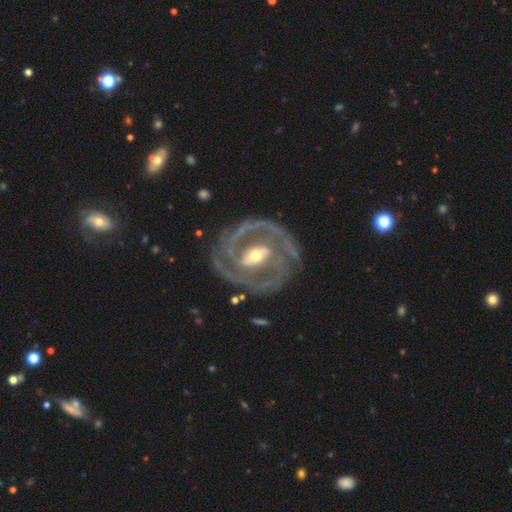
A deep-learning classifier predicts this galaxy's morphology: featured or disk 91%, smooth 5%, star or artifact 4%. Down the decision tree: edge-on disk — no (97%); bar — strong (59%); spiral arms — yes (96%); spiral arm count — 2 (68%); spiral winding — tight (53%); bulge size — moderate (52%); merging — none (77%).